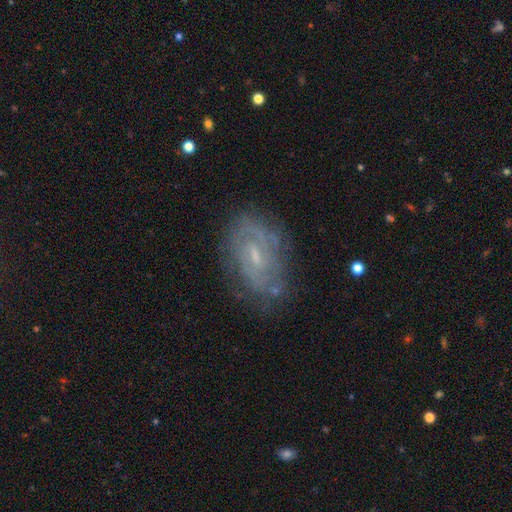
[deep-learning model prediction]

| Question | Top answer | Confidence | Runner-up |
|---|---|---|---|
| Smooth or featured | featured or disk | 74% | smooth (17%) |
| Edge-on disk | no | 96% | yes (4%) |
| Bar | weak | 55% | no (33%) |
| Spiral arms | yes | 83% | no (17%) |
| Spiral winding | tight | 49% | medium (38%) |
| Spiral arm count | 2 | 41% | can't tell (40%) |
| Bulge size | small | 63% | moderate (26%) |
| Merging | none | 70% | minor disturbance (19%) |